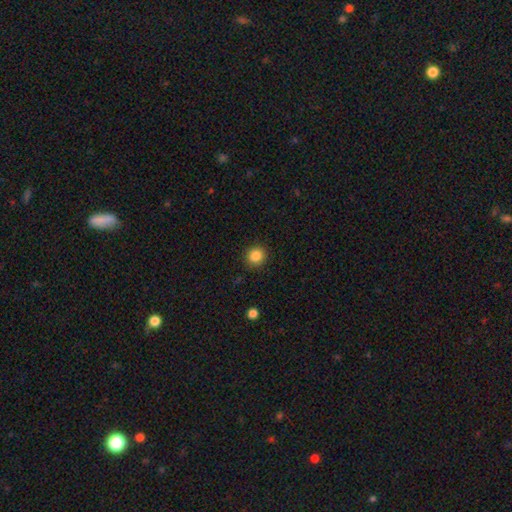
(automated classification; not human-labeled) This appears to be a smooth galaxy with no disk features (85%) that is round (91%). Merging: none (91%).